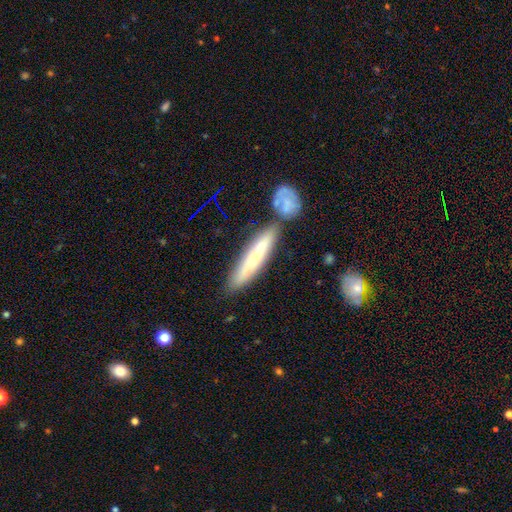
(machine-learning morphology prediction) Smooth or featured? smooth (65%)
How rounded? cigar-shaped (90%)
Merging? none (70%)